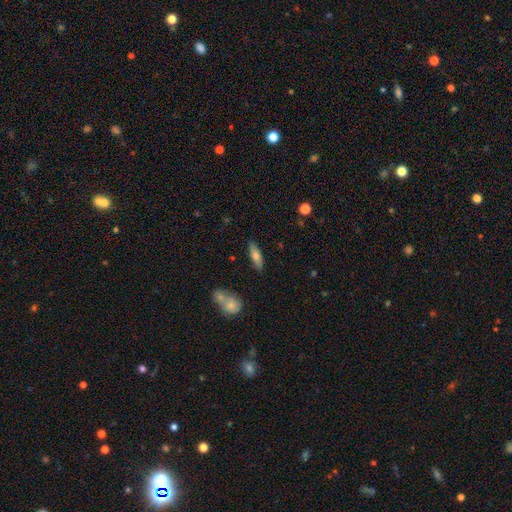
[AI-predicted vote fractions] Smooth or featured? Predicted: smooth (p=0.65). How rounded? Predicted: cigar-shaped (p=0.52). Merging? Predicted: none (p=0.84).